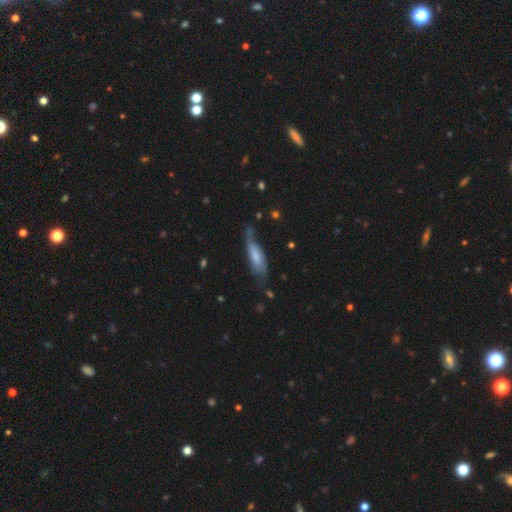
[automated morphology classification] A smooth galaxy with no disk features (52%) that is in between round and cigar-shaped (56%). Merging: none (42%).